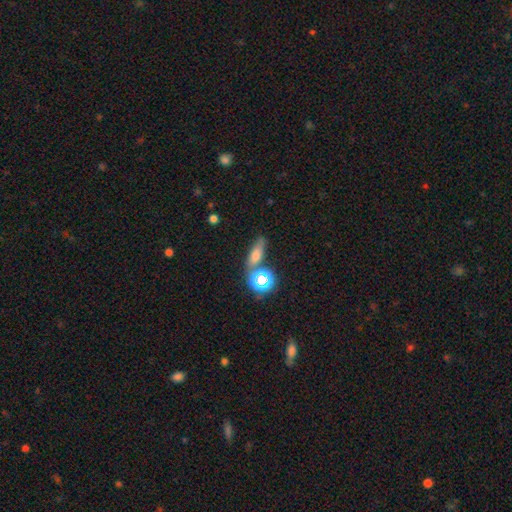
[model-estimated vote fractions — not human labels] smooth_or_featured: smooth (p=0.59) [alt: star or artifact p=0.23]
how_rounded: in between (p=0.44) [alt: cigar-shaped p=0.41]
merging: none (p=0.67) [alt: minor disturbance p=0.14]